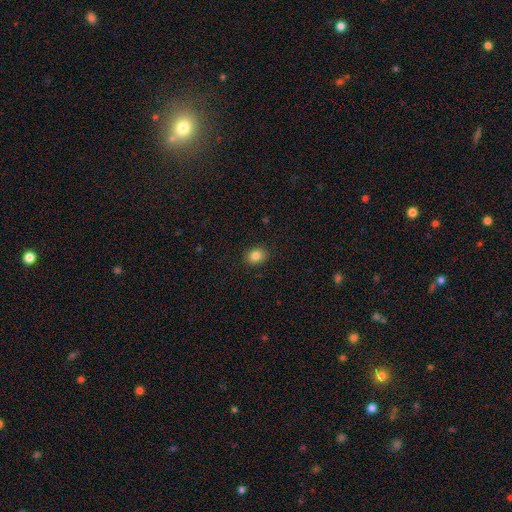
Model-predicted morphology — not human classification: Smooth or featured? Predicted: smooth (p=0.84). How rounded? Predicted: round (p=0.53). Merging? Predicted: none (p=0.89).